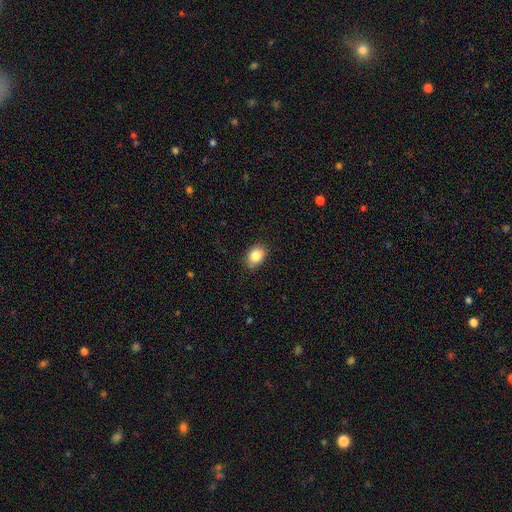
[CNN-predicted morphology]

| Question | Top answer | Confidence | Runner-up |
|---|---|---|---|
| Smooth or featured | smooth | 85% | star or artifact (9%) |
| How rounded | in between | 69% | round (30%) |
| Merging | none | 85% | minor disturbance (12%) |